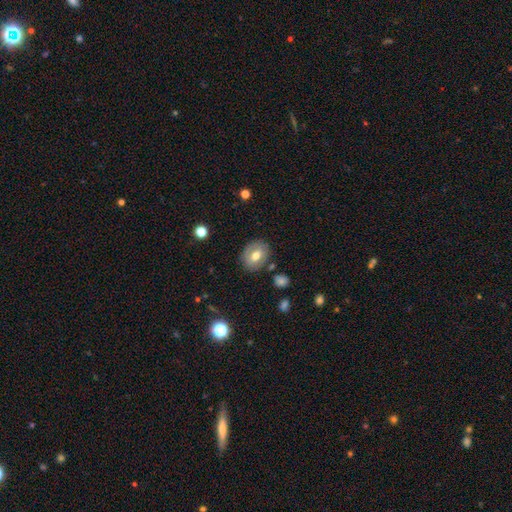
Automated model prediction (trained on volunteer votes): smooth 58%, featured or disk 34%, star or artifact 9%. Down the decision tree: how rounded — in between (54%); merging — none (80%).